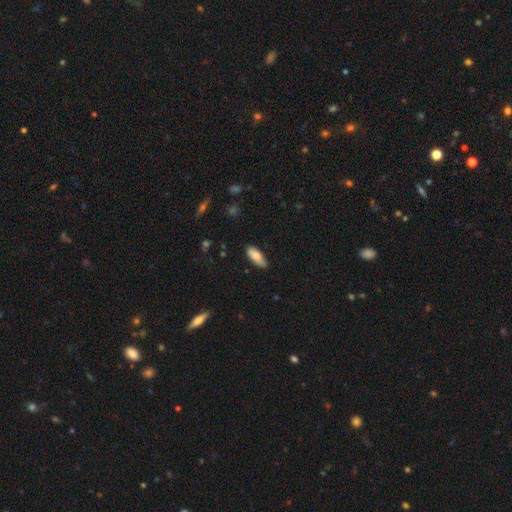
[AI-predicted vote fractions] A smooth galaxy with no disk features (78%) that is in between round and cigar-shaped (75%). Merging: none (74%).